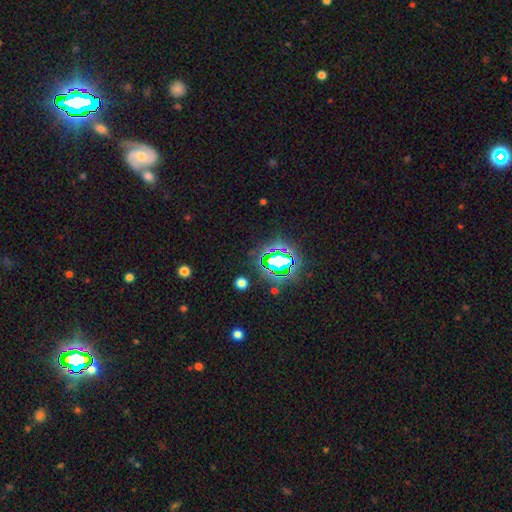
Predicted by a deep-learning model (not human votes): Smooth or featured? star or artifact (80%)